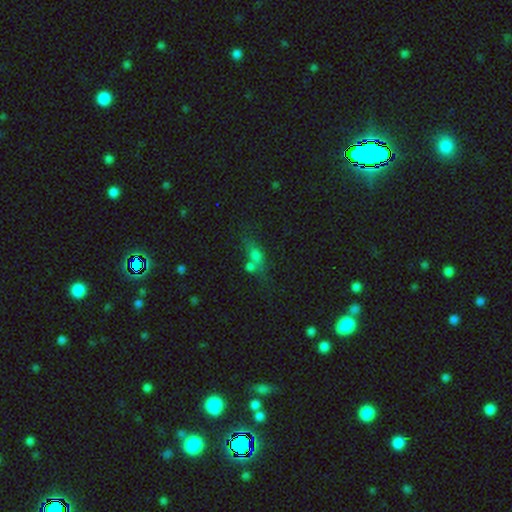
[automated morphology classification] type=smooth (55%); roundness=in between (55%); merging=none (46%).